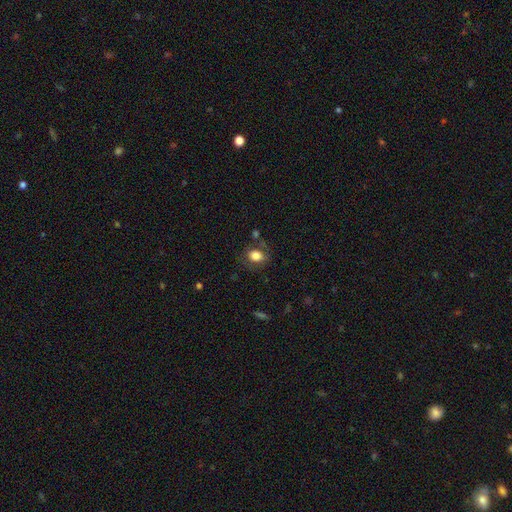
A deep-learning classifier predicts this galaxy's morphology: Q: Smooth or featured?
A: smooth (78%); runner-up: featured or disk (13%)
Q: How rounded?
A: in between (59%); runner-up: round (39%)
Q: Merging?
A: none (71%); runner-up: minor disturbance (17%)